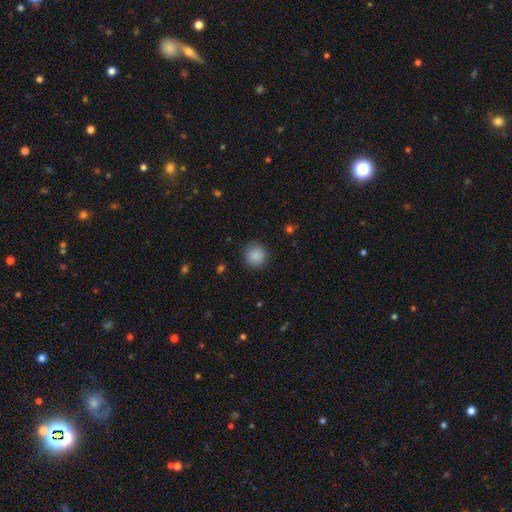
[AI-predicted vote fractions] smooth-or-featured: smooth: 88% | star or artifact: 9% | featured or disk: 4%
  how-rounded: round: 93% | in between: 6% | cigar-shaped: 1%
  merging: none: 88% | minor disturbance: 8% | major disturbance: 3% | merger: 1%